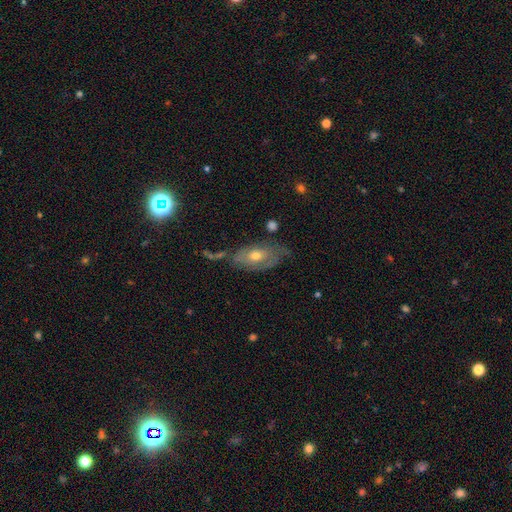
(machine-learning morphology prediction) Q: Smooth or featured?
A: featured or disk (51%); runner-up: smooth (40%)
Q: Edge-on disk?
A: no (84%); runner-up: yes (16%)
Q: Merging?
A: none (51%); runner-up: minor disturbance (28%)